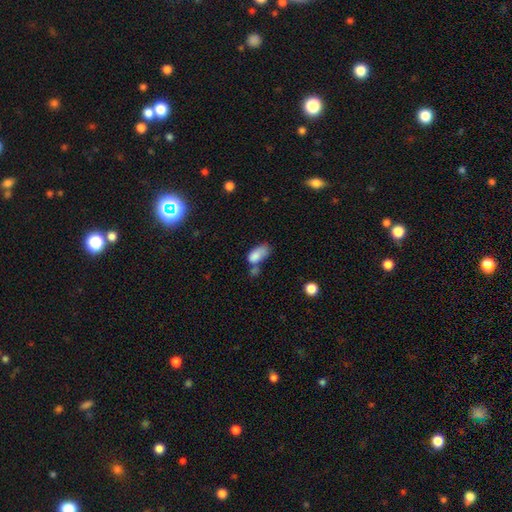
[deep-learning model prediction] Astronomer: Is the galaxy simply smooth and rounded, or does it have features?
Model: smooth — 80%.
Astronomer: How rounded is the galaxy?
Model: in between — 89%.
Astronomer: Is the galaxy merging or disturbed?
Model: merger — 31% (runner-up: none, 25%).